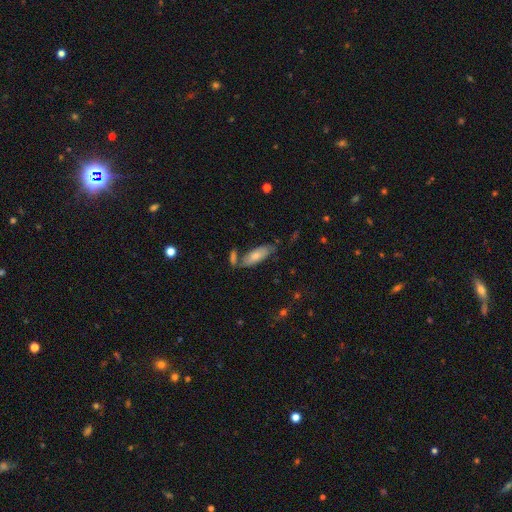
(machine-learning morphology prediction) This is likely a smooth galaxy (65%). How rounded: likely in between (72%). Merging: possibly none (59%).